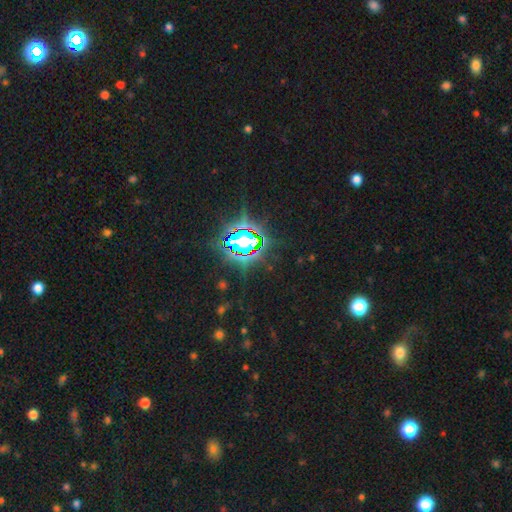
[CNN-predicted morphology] smooth_or_featured: star or artifact (p=0.82) [alt: smooth p=0.11]